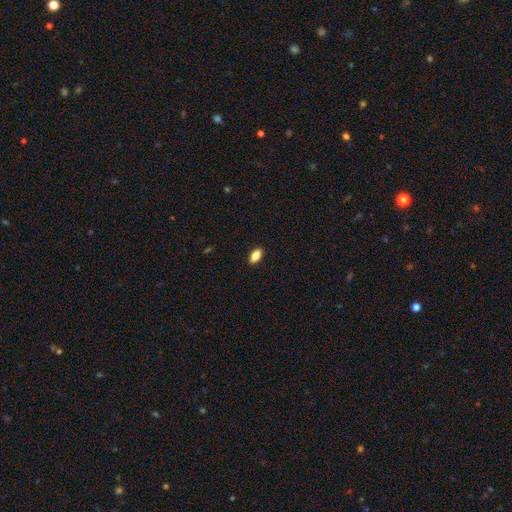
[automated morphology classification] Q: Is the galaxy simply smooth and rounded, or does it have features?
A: smooth — 85%.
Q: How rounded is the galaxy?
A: in between — 90%.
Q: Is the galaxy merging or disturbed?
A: none — 89%.